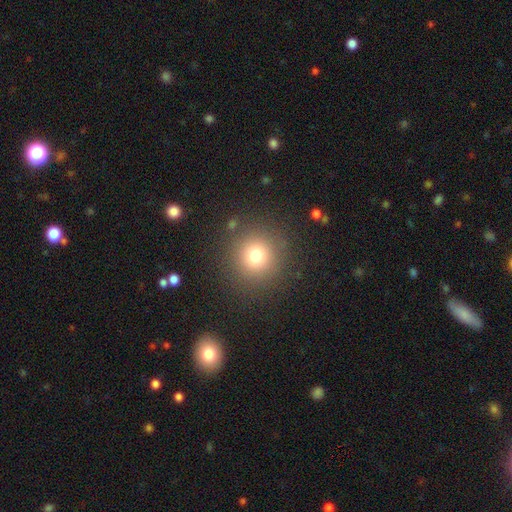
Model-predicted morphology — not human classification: smooth 74%, star or artifact 16%, featured or disk 9%. Down the decision tree: how rounded — round (94%); merging — none (87%).